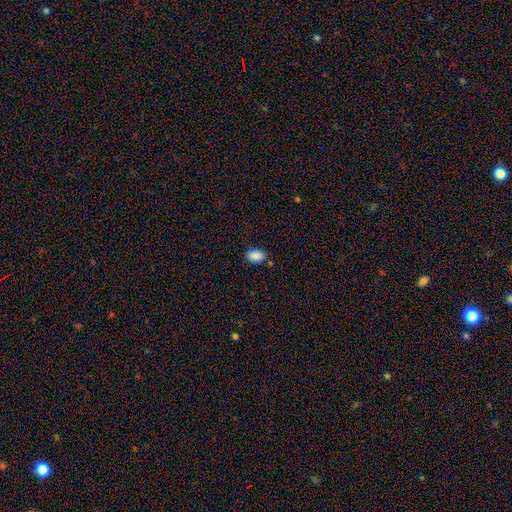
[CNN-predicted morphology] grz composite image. It shows a smooth galaxy with no disk features (89%) that is in between round and cigar-shaped (87%). Merging: none (83%).